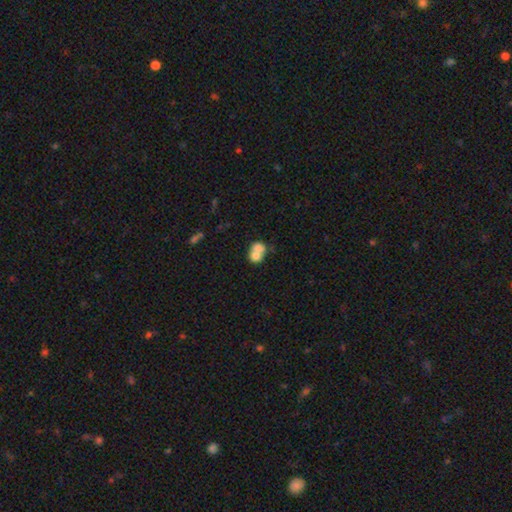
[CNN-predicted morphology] The model was most divided on "how rounded": round: 56%, in between: 42%, cigar-shaped: 1%. More confident: smooth or featured — smooth (71%); merging — merger (70%).